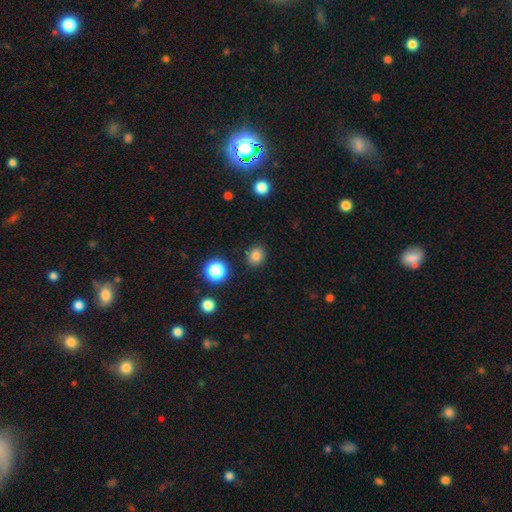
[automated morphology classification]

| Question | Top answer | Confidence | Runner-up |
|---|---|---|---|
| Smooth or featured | smooth | 81% | star or artifact (14%) |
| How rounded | round | 68% | in between (32%) |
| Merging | none | 88% | minor disturbance (8%) |